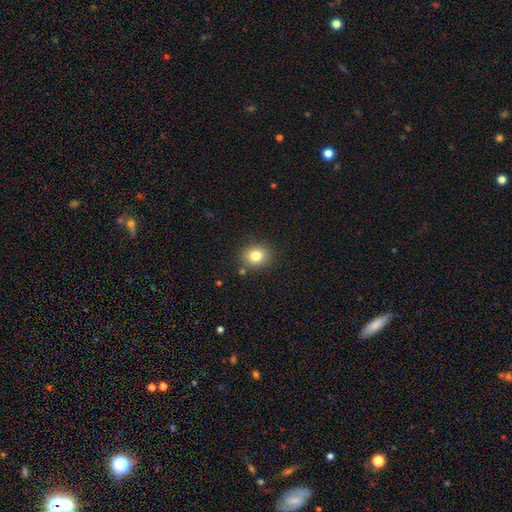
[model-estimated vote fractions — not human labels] Morphology: type=smooth (81%); roundness=round (66%); merging=none (84%).